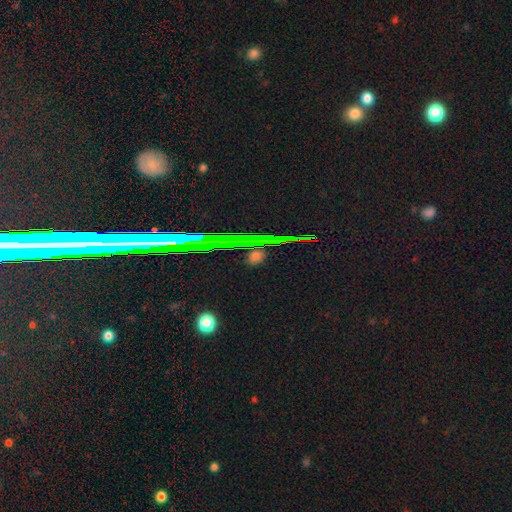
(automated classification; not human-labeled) Smooth or featured? Predicted: star or artifact (p=0.60).